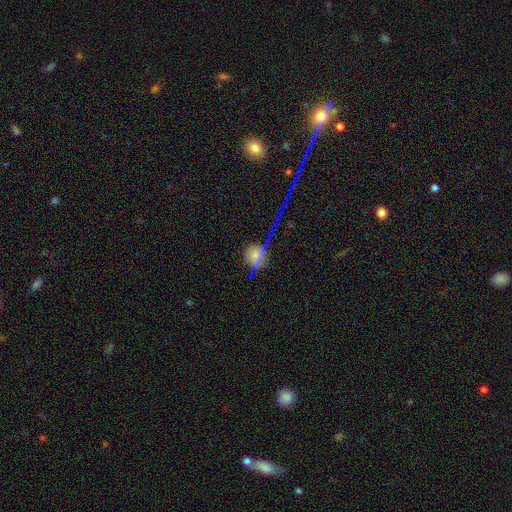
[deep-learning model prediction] This is likely a smooth galaxy (69%). How rounded: clearly round (82%). Merging: marginally none (40%).